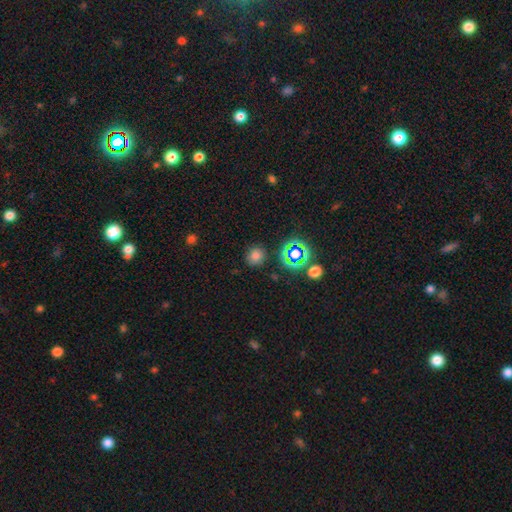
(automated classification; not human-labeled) smooth-or-featured: smooth: 71% | star or artifact: 23% | featured or disk: 6%
  how-rounded: round: 86% | in between: 13% | cigar-shaped: 1%
  merging: none: 86% | minor disturbance: 9% | major disturbance: 3% | merger: 3%